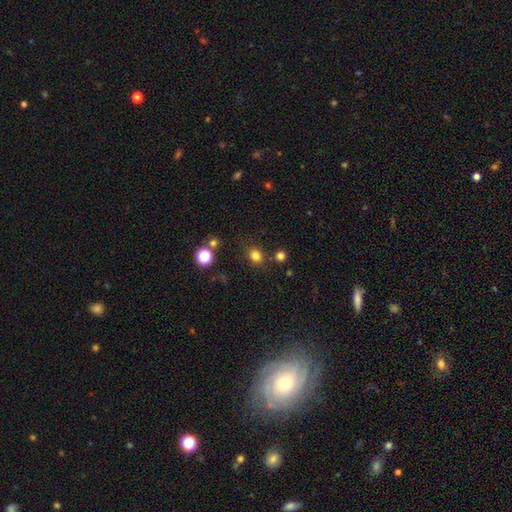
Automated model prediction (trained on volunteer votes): A smooth galaxy with no disk features (79%) that is round (73%). Merging: none (80%).